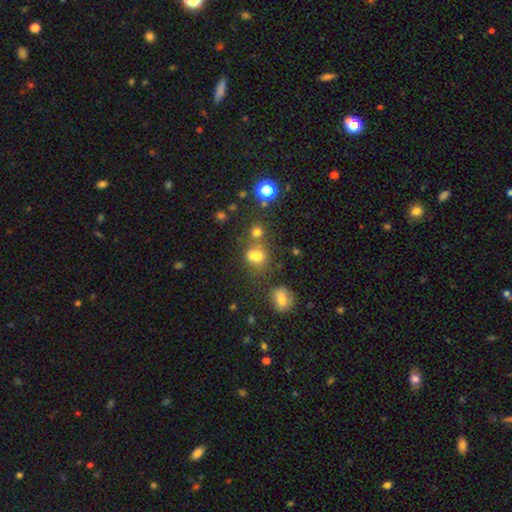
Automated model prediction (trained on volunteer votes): Morphology: type=smooth (64%); roundness=round (61%); merging=merger (43%).